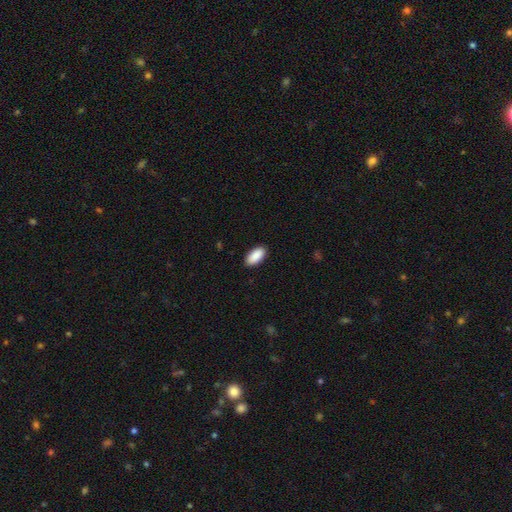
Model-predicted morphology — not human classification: Q: Smooth or featured?
A: smooth (91%); runner-up: star or artifact (6%)
Q: How rounded?
A: in between (93%); runner-up: cigar-shaped (5%)
Q: Merging?
A: none (89%); runner-up: minor disturbance (8%)